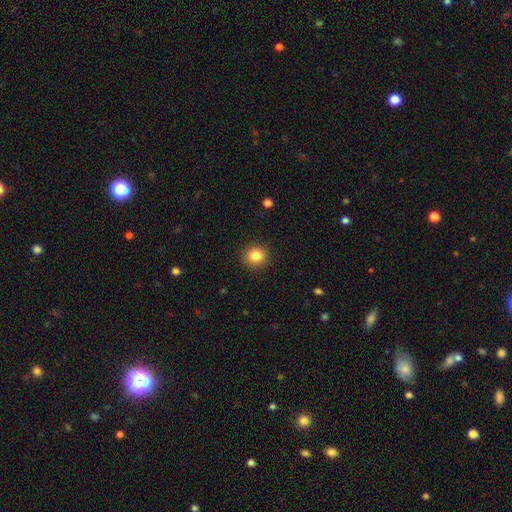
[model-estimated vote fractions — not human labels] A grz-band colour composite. It shows a smooth galaxy with no disk features (84%) that is round (91%). Merging: none (91%).